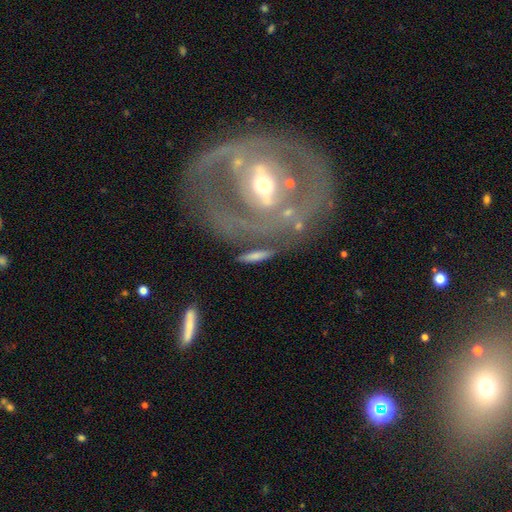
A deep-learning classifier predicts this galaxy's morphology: Smooth or featured? Predicted: smooth (p=0.62). How rounded? Predicted: cigar-shaped (p=0.69). Merging? Predicted: none (p=0.68).